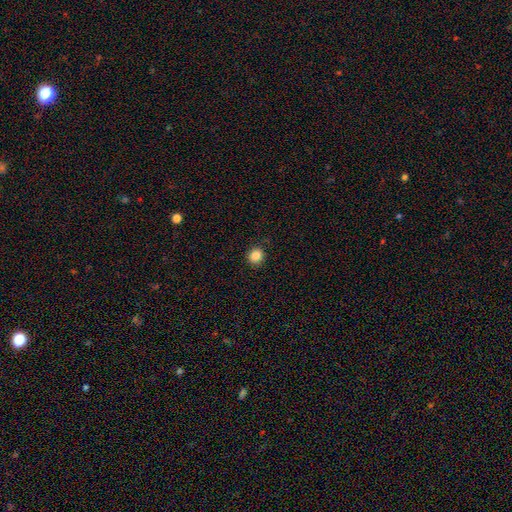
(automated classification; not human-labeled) A smooth galaxy with no disk features (86%) that is round (83%).

Vote fractions:
- Smooth or featured? smooth: 86% / star or artifact: 10% / featured or disk: 4%
- How rounded? round: 83% / in between: 16% / cigar-shaped: 1%
- Merging? none: 89% / minor disturbance: 8% / major disturbance: 2% / merger: 1%